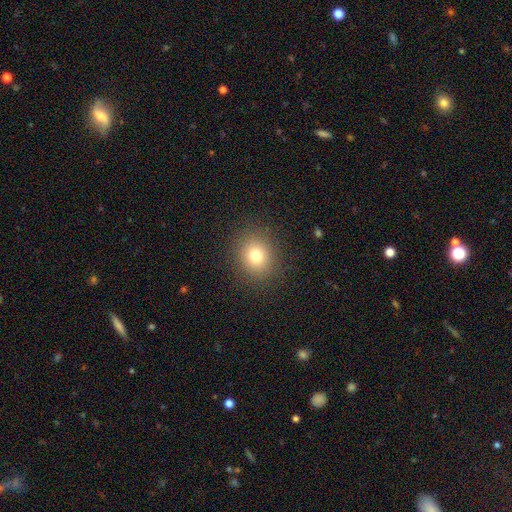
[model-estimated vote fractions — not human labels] The model was most divided on "how rounded": round: 78%, in between: 21%, cigar-shaped: 1%. More confident: merging — none (88%); smooth or featured — smooth (76%).